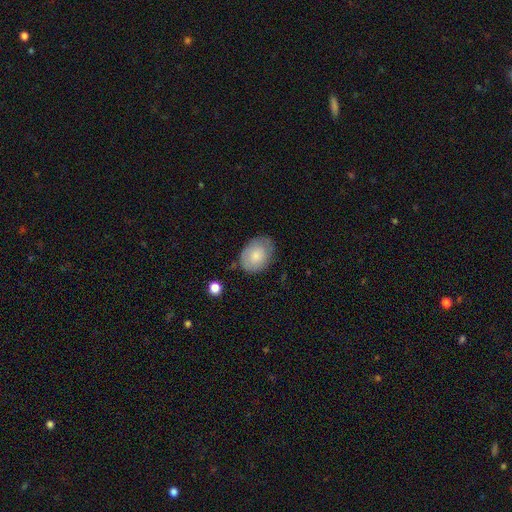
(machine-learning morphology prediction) Smooth or featured? smooth (74%)
How rounded? in between (72%)
Merging? none (68%)